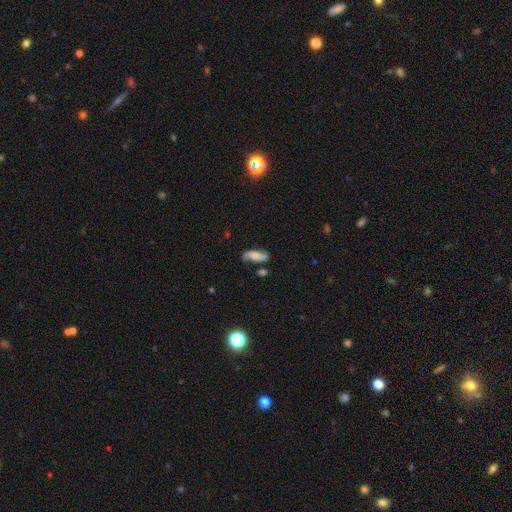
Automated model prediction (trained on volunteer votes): Smooth or featured?
  - smooth: 51% *
  - featured or disk: 41%
  - star or artifact: 9%
How rounded?
  - in between: 74% *
  - cigar-shaped: 23%
  - round: 3%
Merging?
  - none: 69% *
  - minor disturbance: 20%
  - major disturbance: 6%
  - merger: 4%